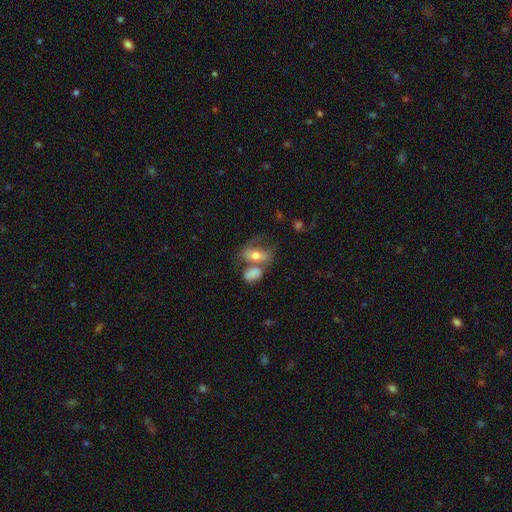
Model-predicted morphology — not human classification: A smooth galaxy with no disk features (62%) that is in between round and cigar-shaped (85%). Merging: merger (46%).